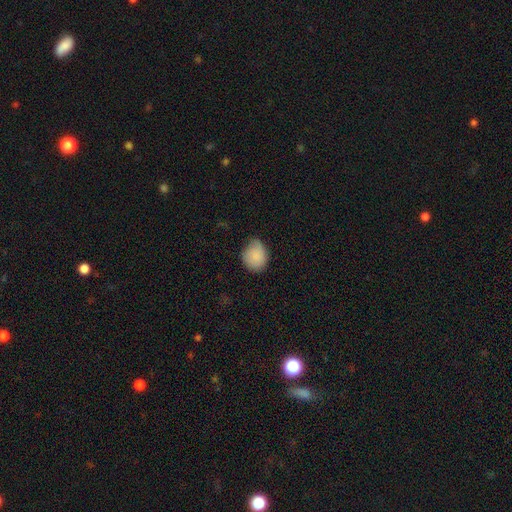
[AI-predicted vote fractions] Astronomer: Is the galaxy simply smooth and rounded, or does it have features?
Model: smooth — 86%.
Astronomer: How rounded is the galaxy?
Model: round — 63%.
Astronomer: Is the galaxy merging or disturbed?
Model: none — 57% (runner-up: minor disturbance, 35%).